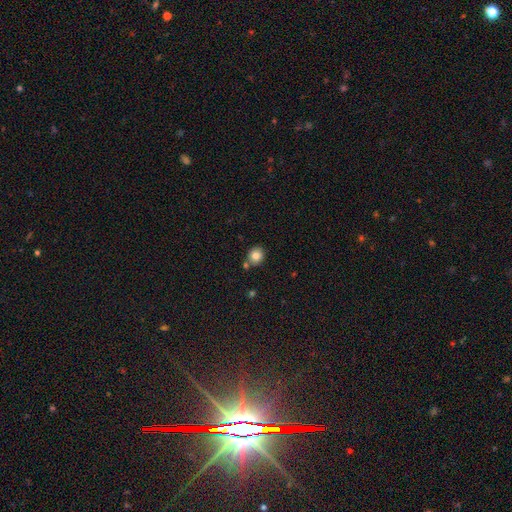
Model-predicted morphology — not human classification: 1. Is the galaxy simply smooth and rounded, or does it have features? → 82% smooth, 10% star or artifact, 8% featured or disk.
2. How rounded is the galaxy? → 82% round, 17% in between, 1% cigar-shaped.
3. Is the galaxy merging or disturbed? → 76% none, 12% merger, 10% minor disturbance, 2% major disturbance.